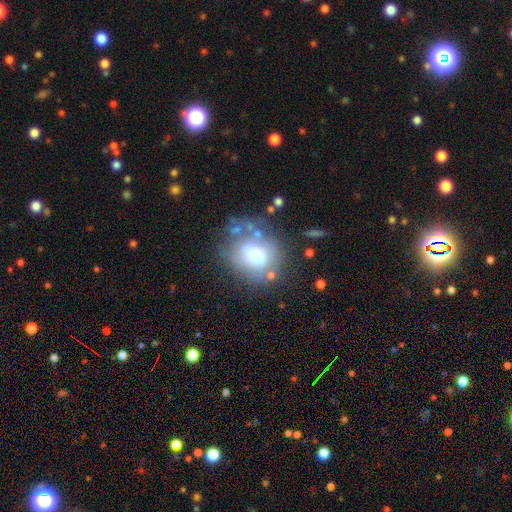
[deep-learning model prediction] smooth-or-featured: smooth: 54% | featured or disk: 34% | star or artifact: 11%
  how-rounded: round: 67% | in between: 32% | cigar-shaped: 1%
  merging: none: 49% | minor disturbance: 22% | major disturbance: 18% | merger: 11%